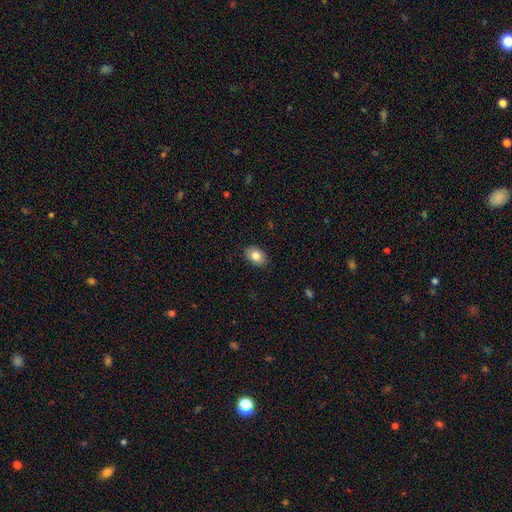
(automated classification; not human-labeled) Smooth or featured? Predicted: smooth (p=0.84). How rounded? Predicted: in between (p=0.85). Merging? Predicted: none (p=0.89).